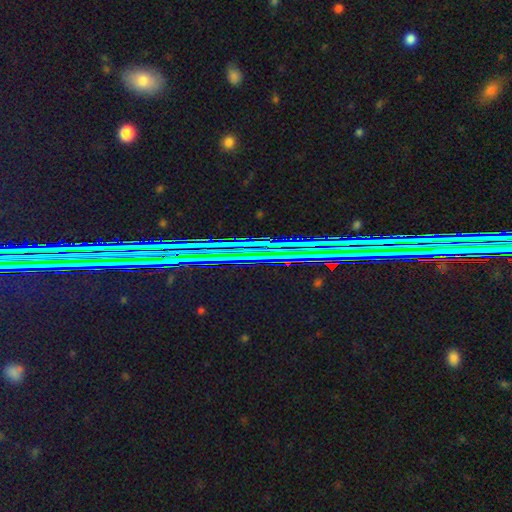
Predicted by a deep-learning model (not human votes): Overall: star or artifact (75%).